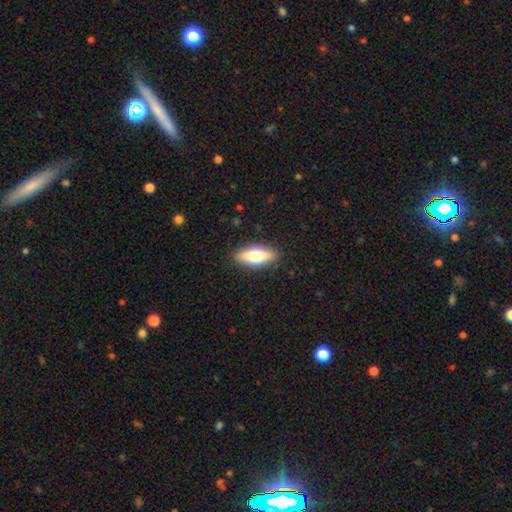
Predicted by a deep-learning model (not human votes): smooth_or_featured: smooth (p=0.67) [alt: featured or disk p=0.26]
how_rounded: in between (p=0.71) [alt: cigar-shaped p=0.26]
merging: none (p=0.88) [alt: minor disturbance p=0.09]